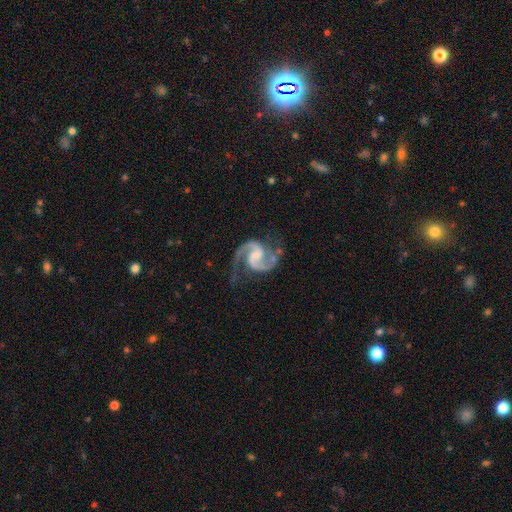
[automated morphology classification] The model was most divided on "bulge size": small: 36%, none: 31%, moderate: 28%, large: 4%, dominant: 1%. Remaining: spiral arms — yes (99%); edge-on disk — no (99%); spiral arm count — 2 (94%); smooth or featured — featured or disk (94%); merging — none (70%); spiral winding — medium (65%); bar — weak (48%).